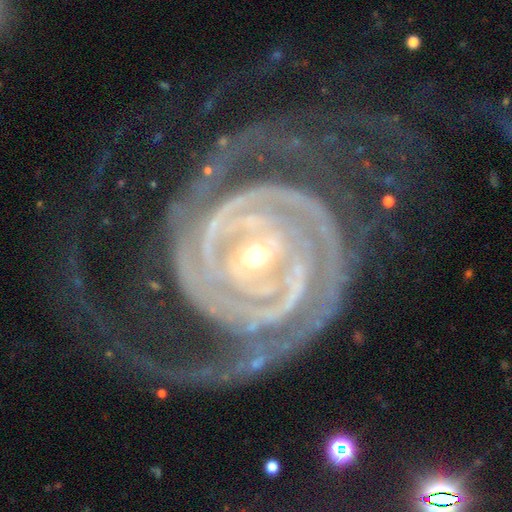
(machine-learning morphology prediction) Smooth or featured: featured or disk — 93% (star or artifact — 4%)
Edge-on disk: no — 98% (yes — 2%)
Bar: strong — 35% (no — 34%)
Spiral arms: yes — 98% (no — 2%)
Spiral winding: tight — 73% (medium — 21%)
Spiral arm count: 2 — 58% (3 — 13%)
Bulge size: small — 73% (moderate — 23%)
Merging: none — 53% (major disturbance — 28%)